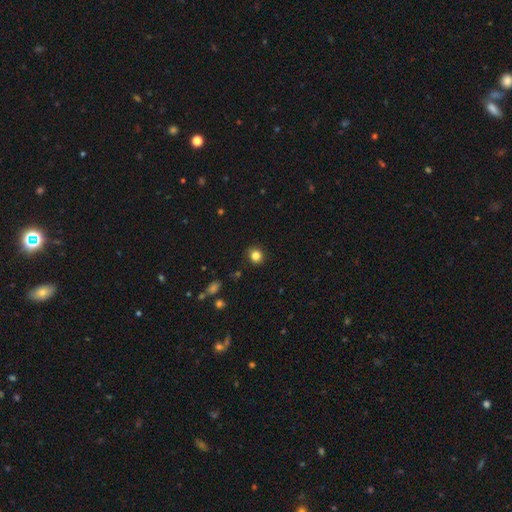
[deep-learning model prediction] Q: Smooth or featured?
A: smooth (83%); runner-up: star or artifact (12%)
Q: How rounded?
A: round (85%); runner-up: in between (14%)
Q: Merging?
A: none (88%); runner-up: minor disturbance (9%)